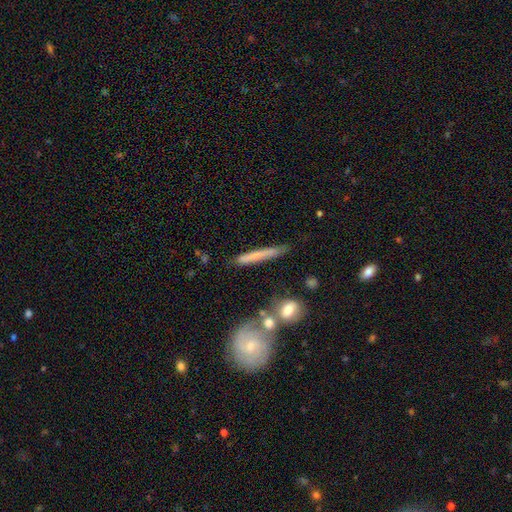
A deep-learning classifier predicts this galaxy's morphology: Smooth or featured? smooth (57%)
How rounded? cigar-shaped (93%)
Merging? none (71%)